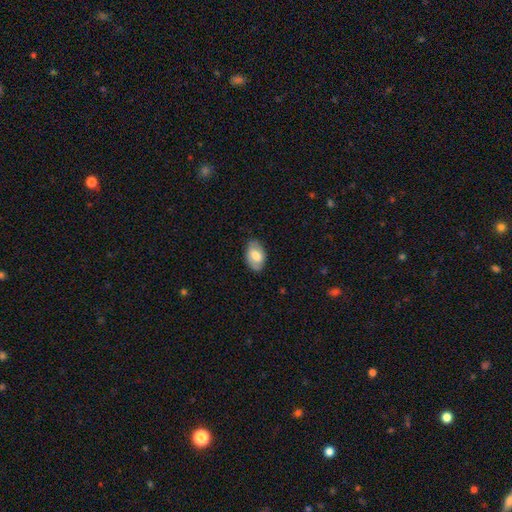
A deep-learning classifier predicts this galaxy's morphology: smooth 63%, featured or disk 31%, star or artifact 6%. Down the decision tree: how rounded — in between (92%); merging — none (80%).